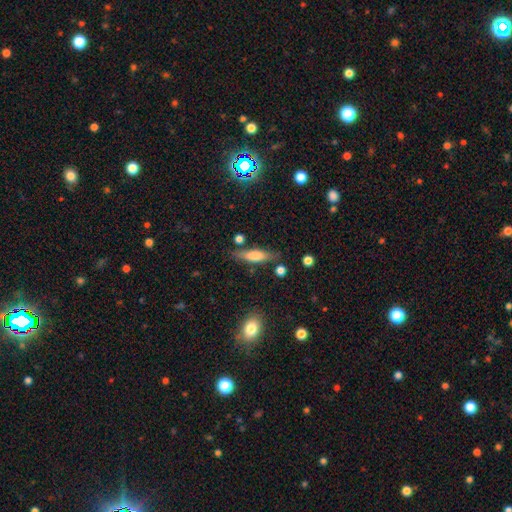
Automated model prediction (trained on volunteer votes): This is likely a smooth galaxy (61%). How rounded: likely cigar-shaped (67%). Merging: likely none (76%).